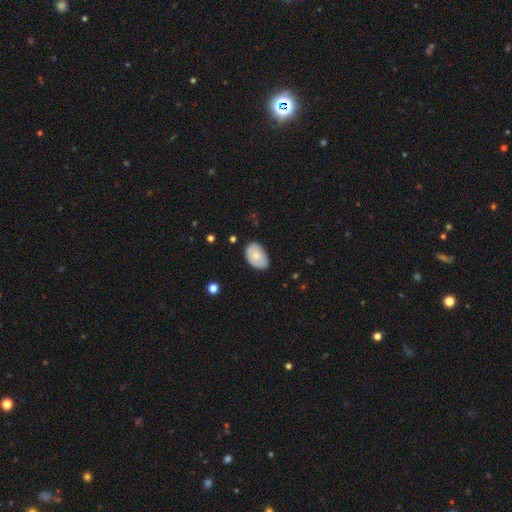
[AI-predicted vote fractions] smooth 76%, featured or disk 18%, star or artifact 6%. Down the decision tree: how rounded — in between (90%); merging — none (74%).